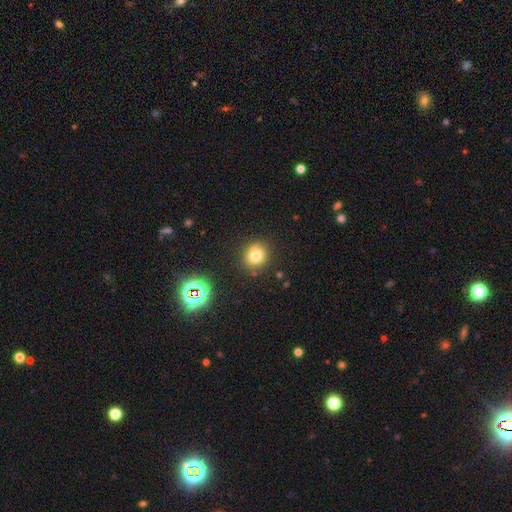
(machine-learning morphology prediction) Smooth or featured: smooth — 75% (star or artifact — 15%)
How rounded: round — 81% (in between — 19%)
Merging: none — 84% (minor disturbance — 10%)